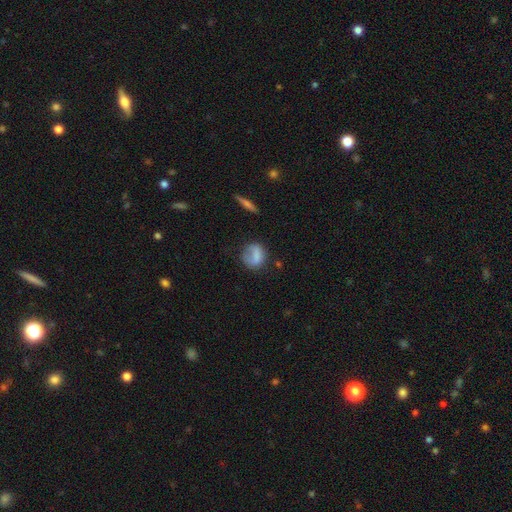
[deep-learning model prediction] This appears to be a smooth galaxy with no disk features (72%) that is round (68%). Merging: none (56%).